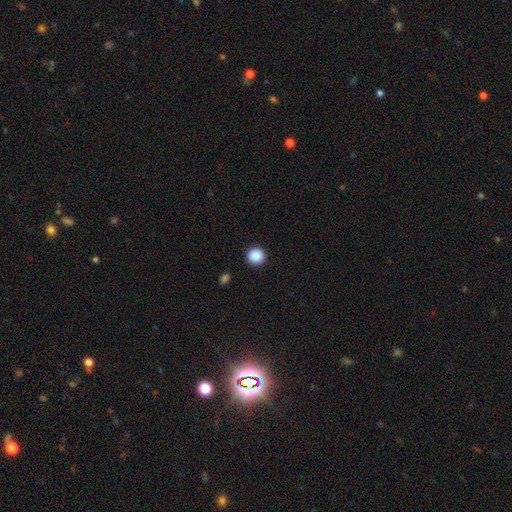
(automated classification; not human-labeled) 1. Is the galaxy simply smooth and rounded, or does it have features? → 89% smooth, 9% star or artifact, 2% featured or disk.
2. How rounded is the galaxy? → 95% round, 4% in between, 1% cigar-shaped.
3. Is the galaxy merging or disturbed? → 93% none, 4% minor disturbance, 2% major disturbance, 1% merger.